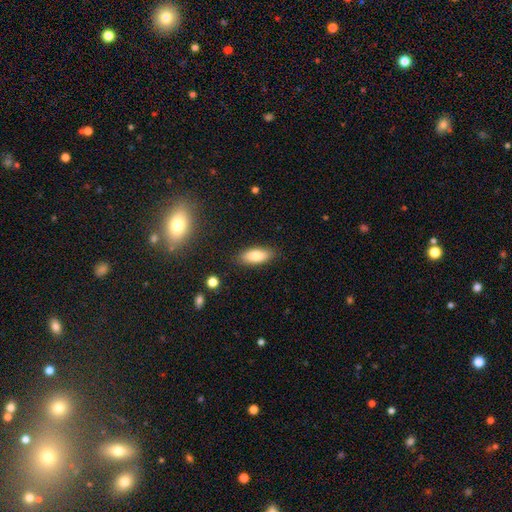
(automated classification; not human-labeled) Smooth or featured?
  - smooth: 79% *
  - featured or disk: 14%
  - star or artifact: 8%
How rounded?
  - in between: 82% *
  - cigar-shaped: 15%
  - round: 3%
Merging?
  - none: 86% *
  - minor disturbance: 11%
  - major disturbance: 2%
  - merger: 1%